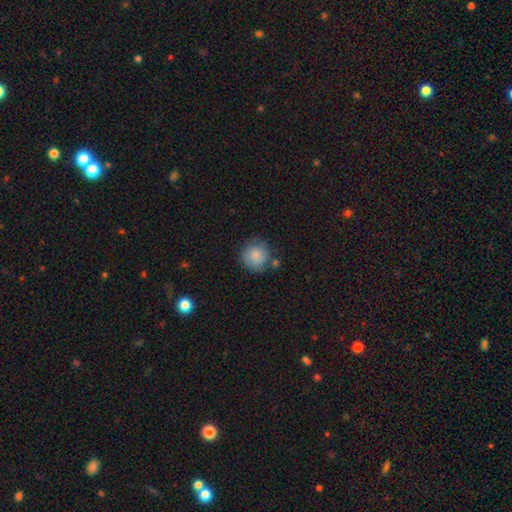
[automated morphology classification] A smooth galaxy with no disk features (83%) that is round (91%).

Vote fractions:
- Smooth or featured? smooth: 83% / featured or disk: 10% / star or artifact: 7%
- How rounded? round: 91% / in between: 8% / cigar-shaped: 1%
- Merging? none: 68% / minor disturbance: 18% / merger: 7% / major disturbance: 6%